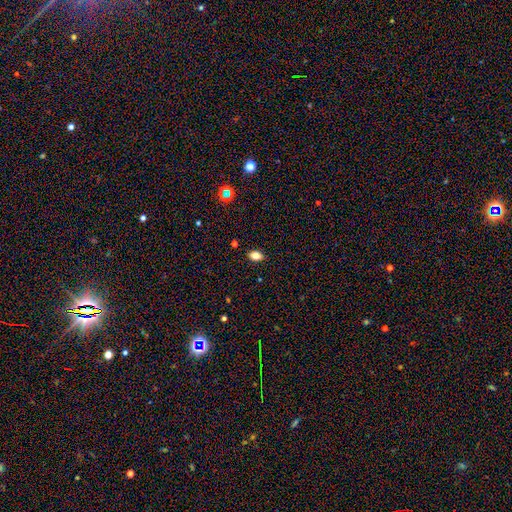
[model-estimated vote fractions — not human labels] This appears to be a smooth galaxy with no disk features (79%) that is in between round and cigar-shaped (84%). Merging: none (89%).